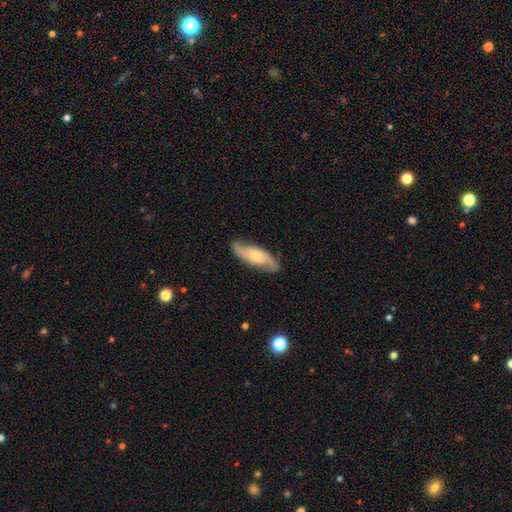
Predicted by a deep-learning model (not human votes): This is likely a featured or disk galaxy (61%). It is clearly not viewed edge-on (83%). Bar: likely no (67%). Spiral arm pattern: clearly yes (89%). Central bulge: possibly moderate (45%). Merging: clearly none (81%).